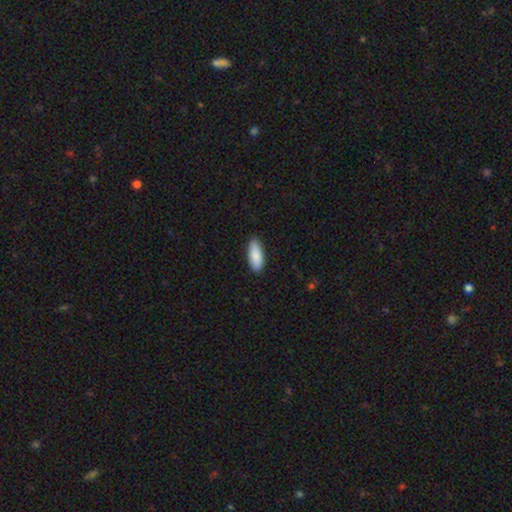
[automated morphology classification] type=smooth (89%); roundness=in between (77%); merging=none (88%).